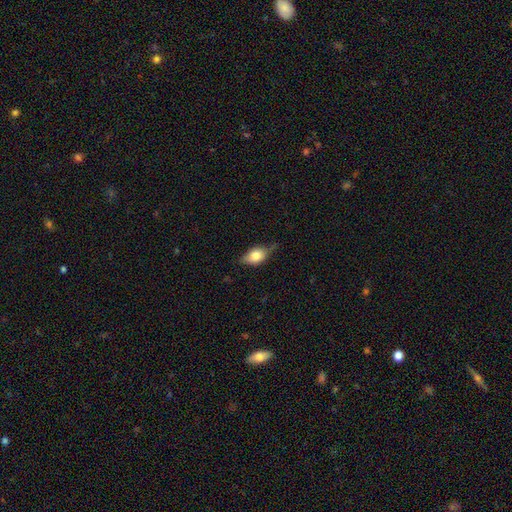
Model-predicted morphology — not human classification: Smooth or featured? Predicted: smooth (p=0.60). How rounded? Predicted: in between (p=0.77). Merging? Predicted: none (p=0.58).